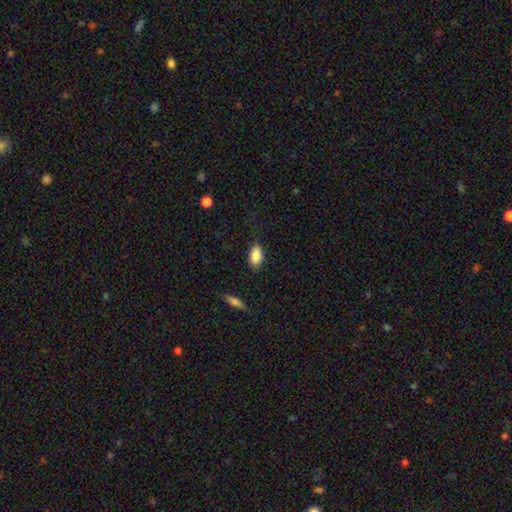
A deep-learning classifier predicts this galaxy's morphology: Smooth or featured? smooth (87%)
How rounded? in between (91%)
Merging? none (83%)